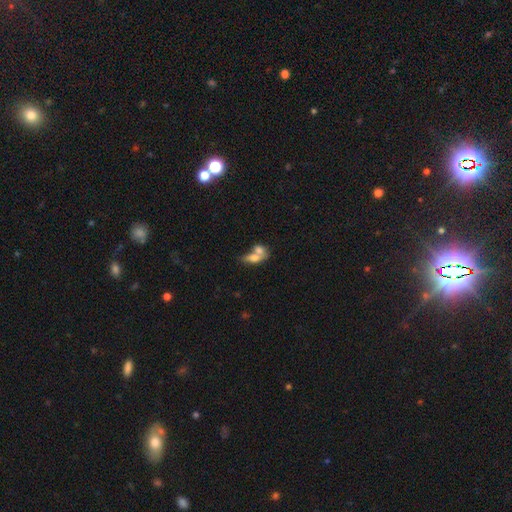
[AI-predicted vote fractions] smooth 68%, featured or disk 24%, star or artifact 8%. Down the decision tree: how rounded — in between (75%); merging — merger (70%).